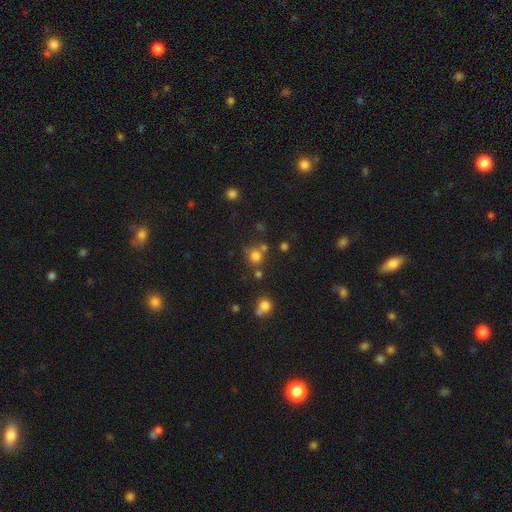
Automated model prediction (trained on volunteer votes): smooth-or-featured: smooth: 75% | star or artifact: 18% | featured or disk: 8%
  how-rounded: round: 87% | in between: 12% | cigar-shaped: 1%
  merging: none: 66% | merger: 18% | minor disturbance: 11% | major disturbance: 5%